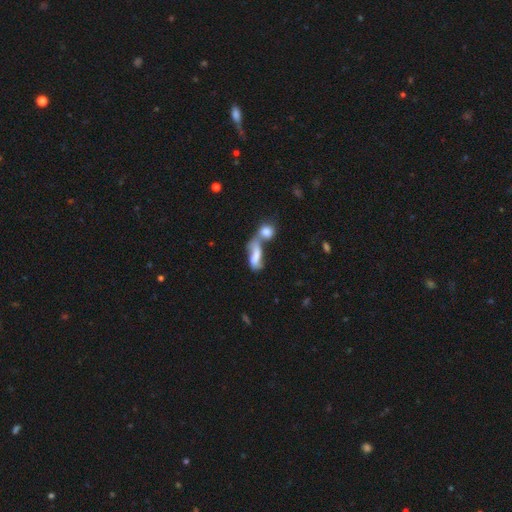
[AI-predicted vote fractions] Smooth or featured? Predicted: smooth (p=0.60). How rounded? Predicted: in between (p=0.71). Merging? Predicted: merger (p=0.67).